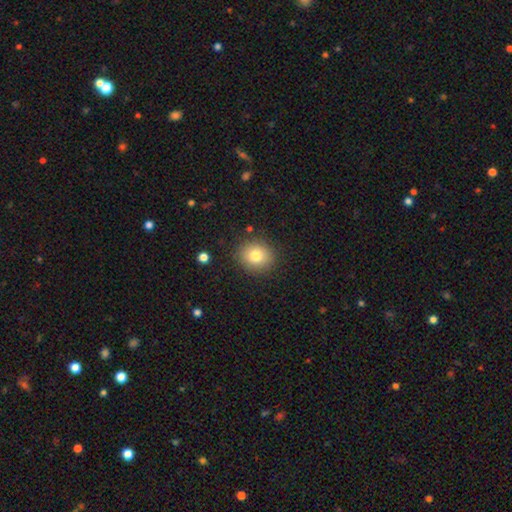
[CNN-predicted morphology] Smooth or featured? Predicted: smooth (p=0.78). How rounded? Predicted: round (p=0.79). Merging? Predicted: none (p=0.87).